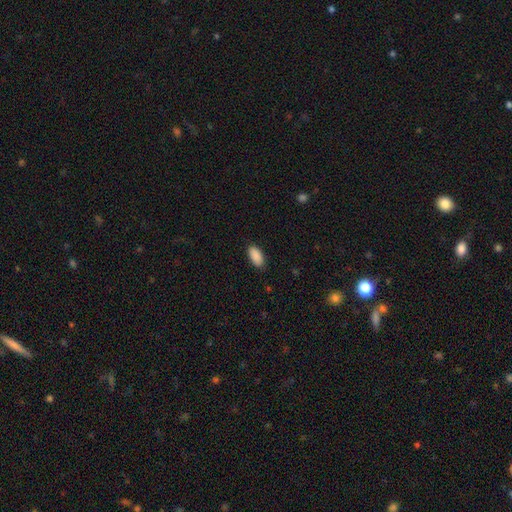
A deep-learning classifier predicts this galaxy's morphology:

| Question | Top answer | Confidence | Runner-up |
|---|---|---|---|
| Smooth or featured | smooth | 91% | star or artifact (7%) |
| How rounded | in between | 94% | cigar-shaped (4%) |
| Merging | none | 87% | minor disturbance (10%) |